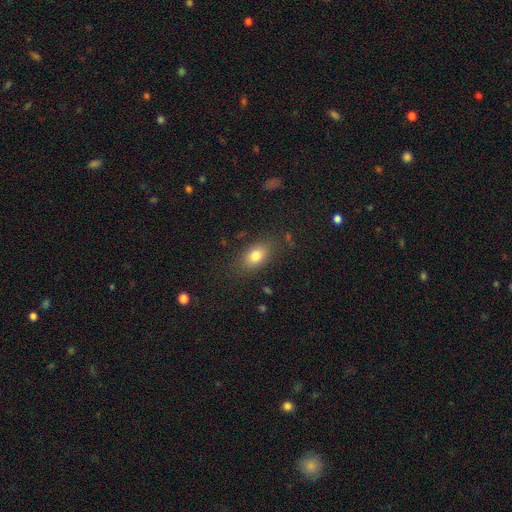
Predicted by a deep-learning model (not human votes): A smooth galaxy with no disk features (79%) that is in between round and cigar-shaped (84%). Merging: none (81%).